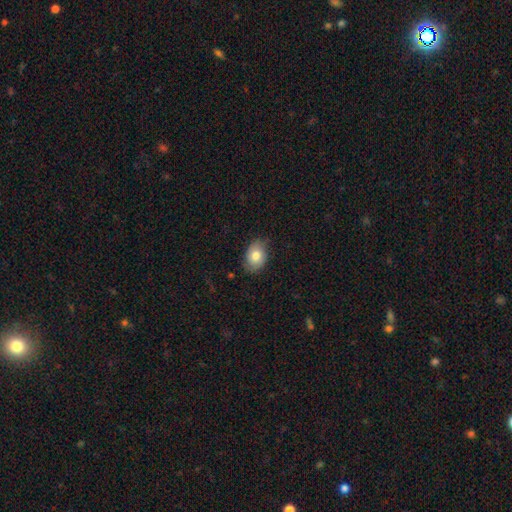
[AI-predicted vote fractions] Overall: smooth (79%). How rounded: in between (78%). Merging: none (77%).